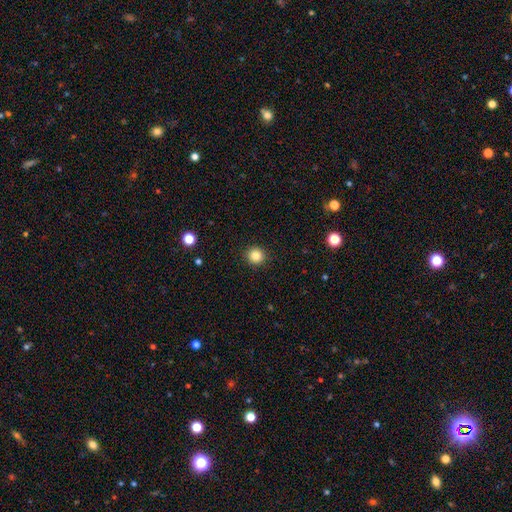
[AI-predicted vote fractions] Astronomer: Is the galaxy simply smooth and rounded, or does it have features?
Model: smooth — 85%.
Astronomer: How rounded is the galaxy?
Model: round — 94%.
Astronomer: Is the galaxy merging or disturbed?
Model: none — 93%.